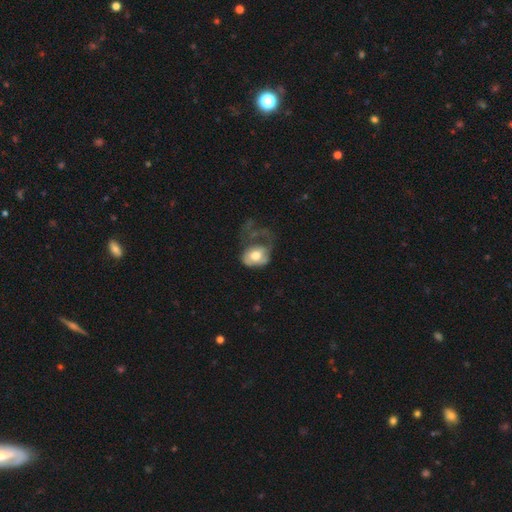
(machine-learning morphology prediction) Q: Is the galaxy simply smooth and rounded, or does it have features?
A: smooth — 56%.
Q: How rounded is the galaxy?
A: in between — 64%.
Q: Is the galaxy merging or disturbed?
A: major disturbance — 64%.